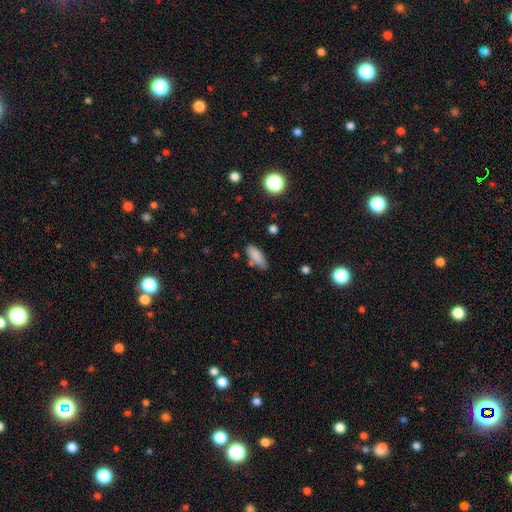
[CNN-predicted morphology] This is clearly a smooth galaxy (84%). How rounded: likely in between (68%). Merging: likely none (70%).